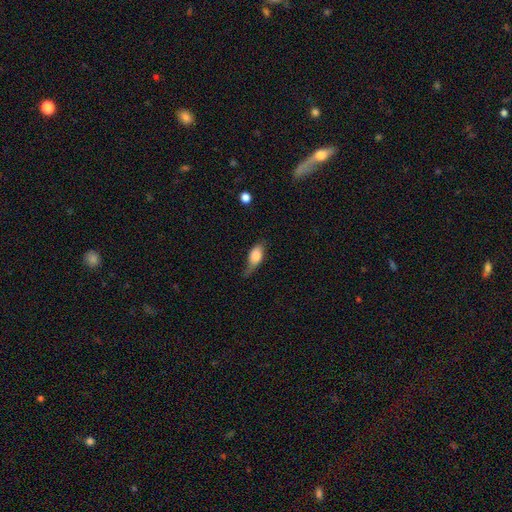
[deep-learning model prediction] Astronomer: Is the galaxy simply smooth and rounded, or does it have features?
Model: smooth — 75%.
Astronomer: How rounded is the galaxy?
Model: in between — 83%.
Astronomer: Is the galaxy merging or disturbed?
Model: minor disturbance — 42% (runner-up: none, 34%).